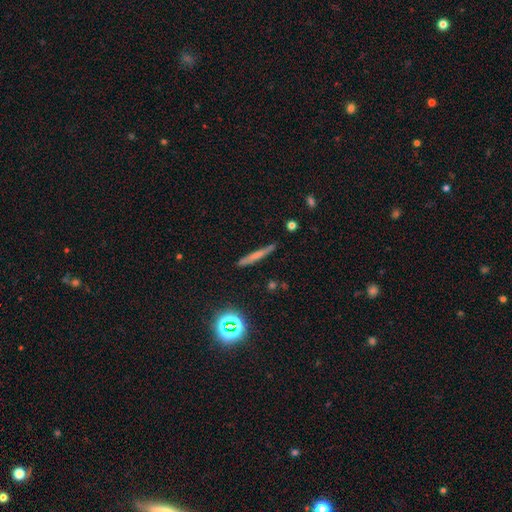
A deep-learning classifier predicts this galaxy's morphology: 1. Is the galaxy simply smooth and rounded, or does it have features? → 54% smooth, 32% featured or disk, 14% star or artifact.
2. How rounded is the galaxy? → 92% cigar-shaped, 4% in between, 4% round.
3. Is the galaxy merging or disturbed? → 86% none, 10% minor disturbance, 2% major disturbance, 2% merger.